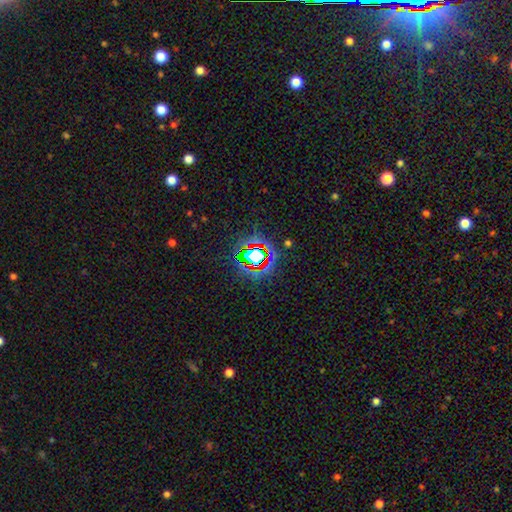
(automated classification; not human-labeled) smooth-or-featured: star or artifact: 69% | smooth: 19% | featured or disk: 12%